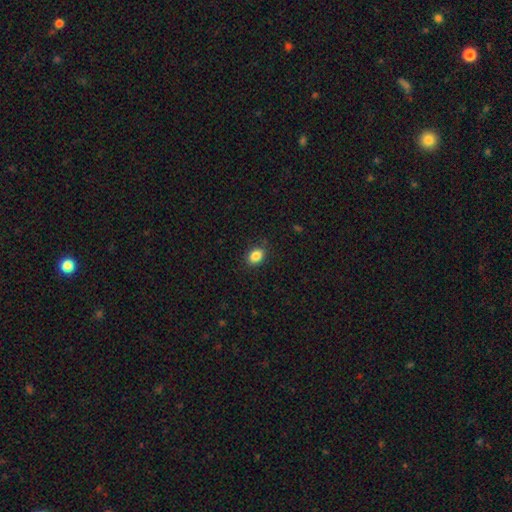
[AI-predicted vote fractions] A smooth galaxy with no disk features (86%) that is in between round and cigar-shaped (70%).

Vote fractions:
- Smooth or featured? smooth: 86% / star or artifact: 10% / featured or disk: 5%
- How rounded? in between: 70% / round: 29% / cigar-shaped: 1%
- Merging? none: 85% / minor disturbance: 11% / major disturbance: 3% / merger: 1%